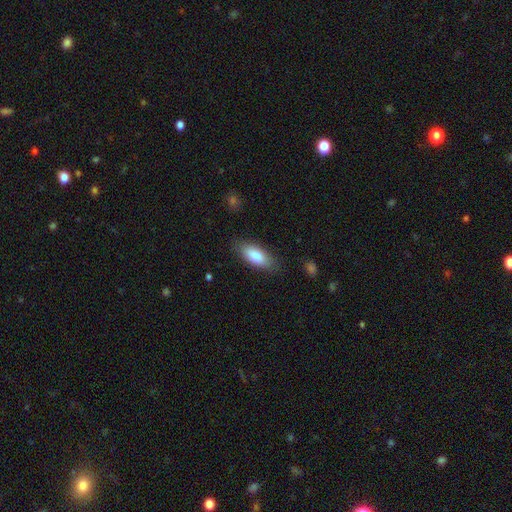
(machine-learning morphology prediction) Overall: smooth (84%). How rounded: in between (81%). Merging: none (83%).